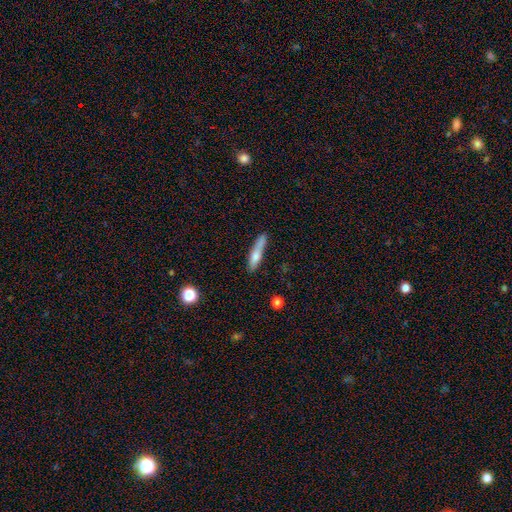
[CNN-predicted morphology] Smooth or featured? smooth (64%)
How rounded? cigar-shaped (85%)
Merging? none (69%)